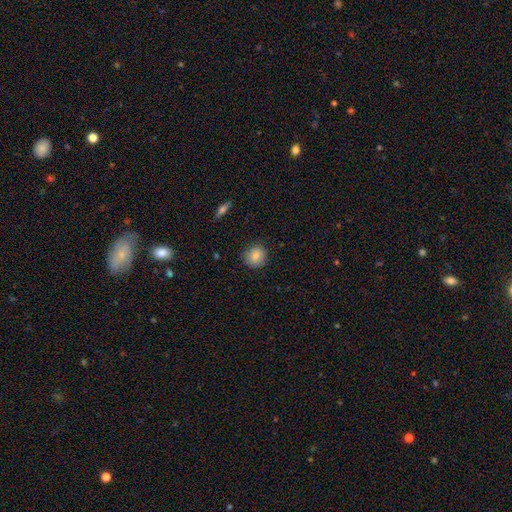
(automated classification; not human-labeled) Overall: smooth (85%). How rounded: round (87%). Merging: none (86%).